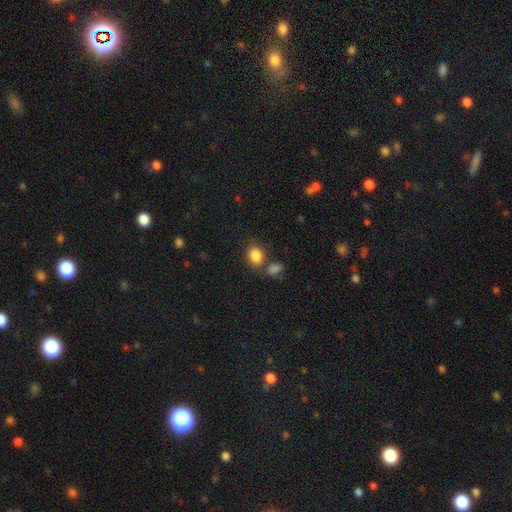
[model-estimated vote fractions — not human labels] smooth 86%, star or artifact 9%, featured or disk 5%. Down the decision tree: how rounded — in between (62%); merging — none (61%).